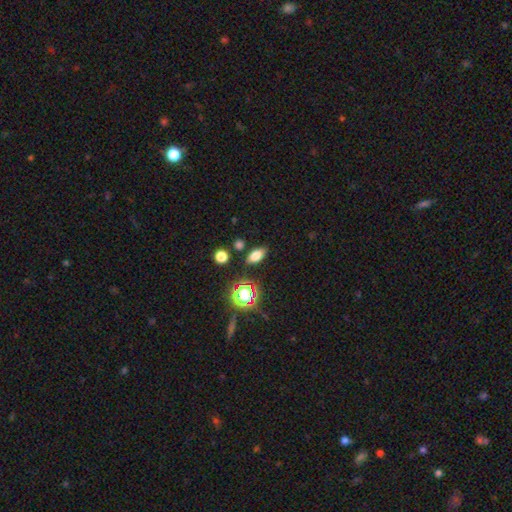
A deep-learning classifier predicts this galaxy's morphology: Q: Smooth or featured?
A: smooth (72%); runner-up: star or artifact (19%)
Q: How rounded?
A: in between (83%); runner-up: round (9%)
Q: Merging?
A: none (83%); runner-up: minor disturbance (10%)